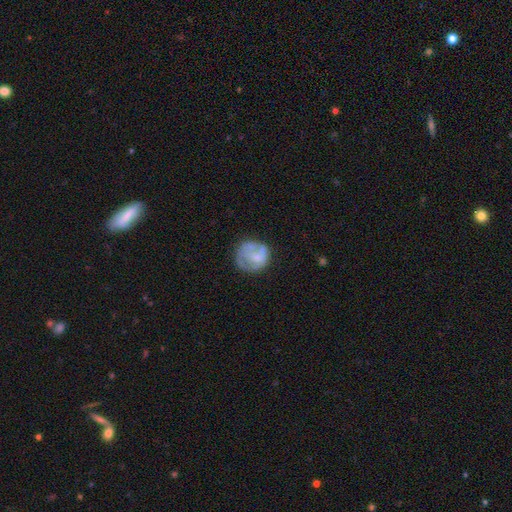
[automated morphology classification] type=smooth (50%); roundness=round (83%); merging=none (57%).